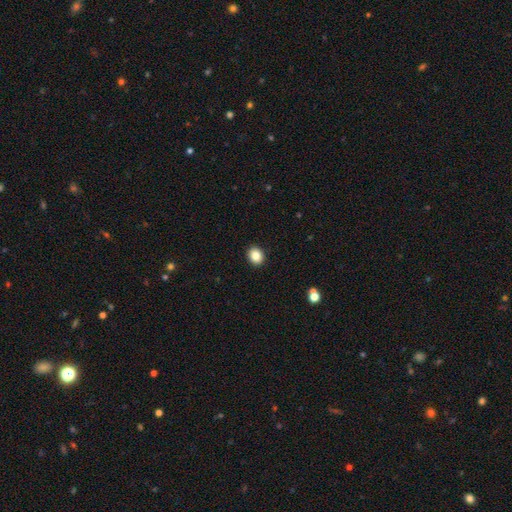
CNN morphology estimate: smooth-or-featured: smooth: 85% | star or artifact: 10% | featured or disk: 5%
  how-rounded: round: 60% | in between: 40% | cigar-shaped: 1%
  merging: none: 92% | minor disturbance: 5% | major disturbance: 1% | merger: 1%